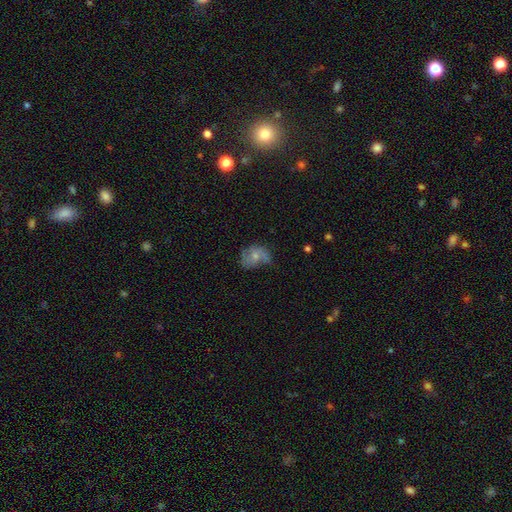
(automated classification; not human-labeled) smooth_or_featured: smooth (p=0.46) [alt: featured or disk p=0.45]
merging: none (p=0.44) [alt: minor disturbance p=0.32]